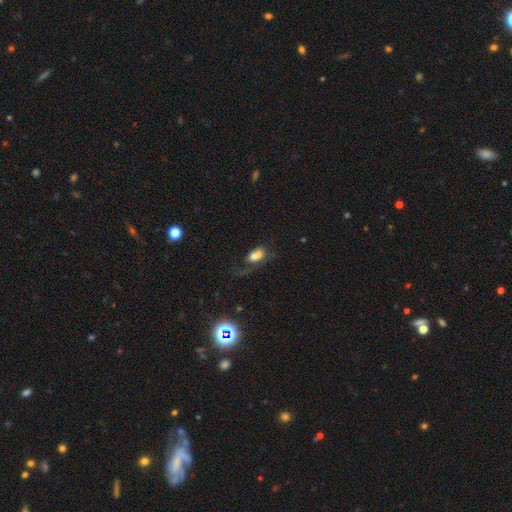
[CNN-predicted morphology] Overall: smooth (68%). How rounded: in between (87%). Merging: major disturbance (35%; none 33%).